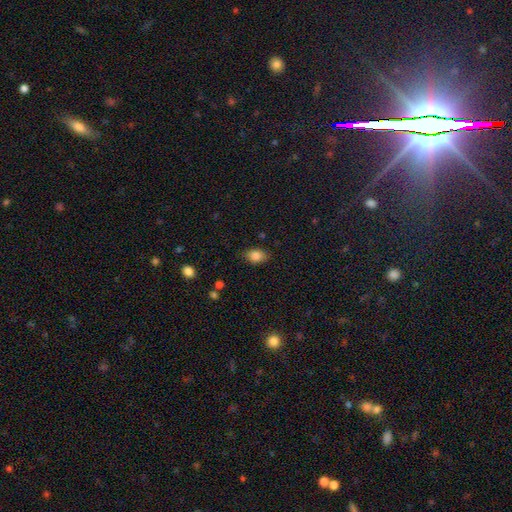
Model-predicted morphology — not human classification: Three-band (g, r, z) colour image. It shows a smooth galaxy with no disk features (85%) that is in between round and cigar-shaped (78%). Merging: none (81%).